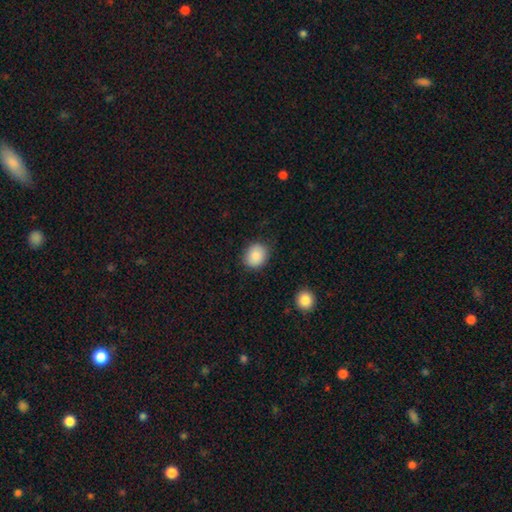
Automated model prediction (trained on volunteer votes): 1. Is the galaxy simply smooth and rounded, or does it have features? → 86% smooth, 8% star or artifact, 6% featured or disk.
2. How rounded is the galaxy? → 61% round, 38% in between, 1% cigar-shaped.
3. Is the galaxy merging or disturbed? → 86% none, 10% minor disturbance, 3% major disturbance, 1% merger.